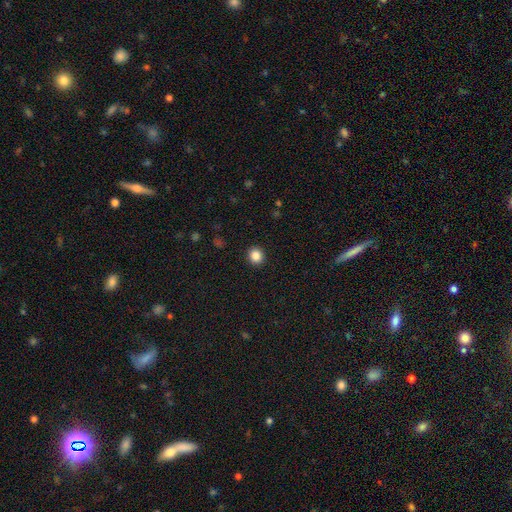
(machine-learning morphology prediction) Smooth or featured? Predicted: smooth (p=0.85). How rounded? Predicted: round (p=0.85). Merging? Predicted: none (p=0.92).